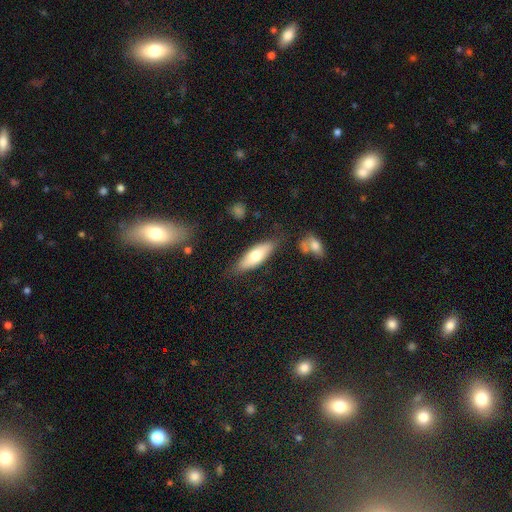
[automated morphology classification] This is likely a smooth galaxy (66%). How rounded: possibly in between (60%). Merging: likely none (77%).